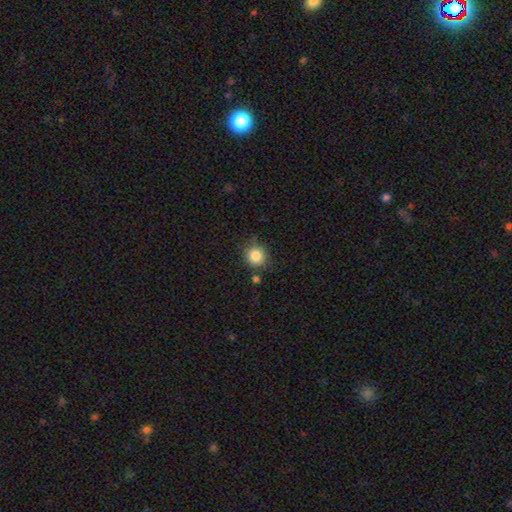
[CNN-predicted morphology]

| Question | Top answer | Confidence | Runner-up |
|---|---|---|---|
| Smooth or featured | smooth | 85% | star or artifact (10%) |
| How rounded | round | 87% | in between (12%) |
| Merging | none | 74% | minor disturbance (17%) |